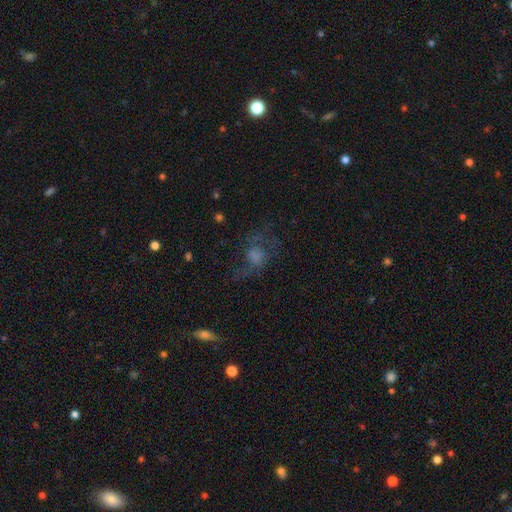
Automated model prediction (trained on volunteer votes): Q: Smooth or featured?
A: featured or disk (42%); runner-up: smooth (39%)
Q: Merging?
A: none (43%); runner-up: major disturbance (37%)